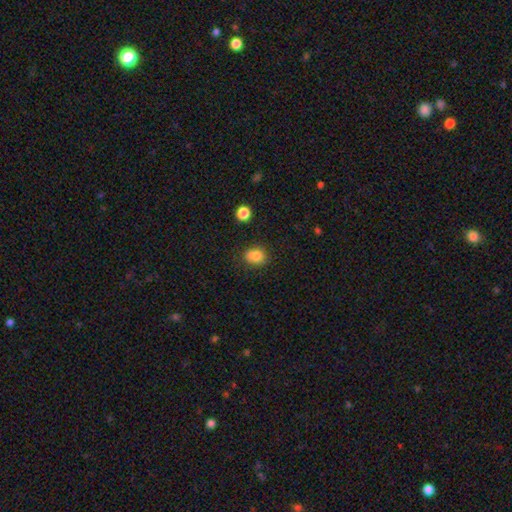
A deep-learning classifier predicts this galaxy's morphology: type=smooth (80%); roundness=round (50%); merging=none (69%).